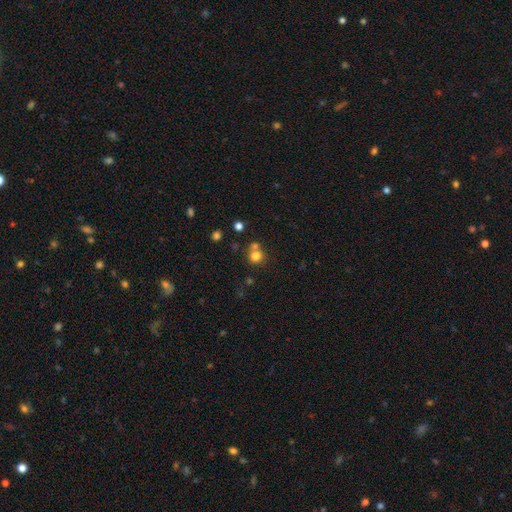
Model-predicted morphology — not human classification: smooth_or_featured: smooth (p=0.78) [alt: star or artifact p=0.14]
how_rounded: round (p=0.89) [alt: in between p=0.10]
merging: none (p=0.57) [alt: merger p=0.32]